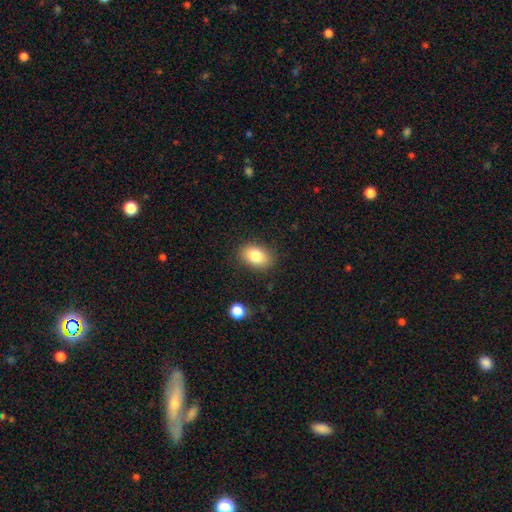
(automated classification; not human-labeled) smooth 82%, featured or disk 9%, star or artifact 9%. Down the decision tree: how rounded — in between (82%); merging — none (85%).